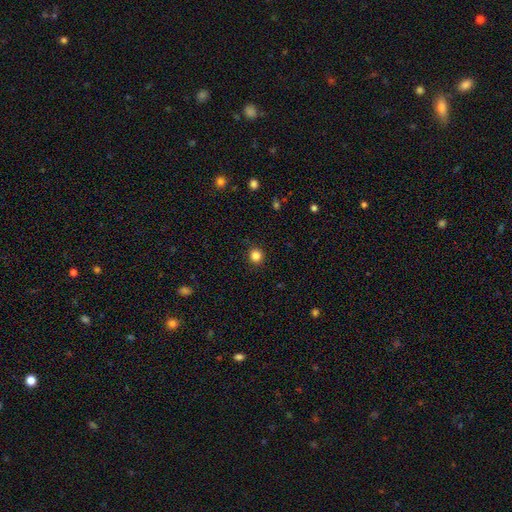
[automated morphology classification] smooth_or_featured: smooth (p=0.84) [alt: star or artifact p=0.12]
how_rounded: round (p=0.93) [alt: in between p=0.06]
merging: none (p=0.92) [alt: minor disturbance p=0.05]